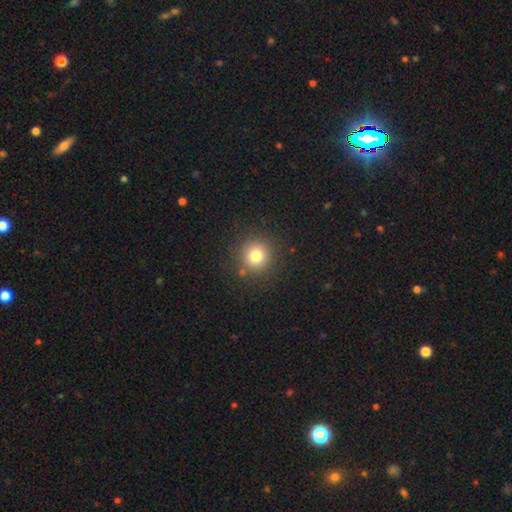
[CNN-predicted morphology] Smooth or featured: smooth — 79% (star or artifact — 13%)
How rounded: round — 94% (in between — 5%)
Merging: none — 87% (minor disturbance — 7%)